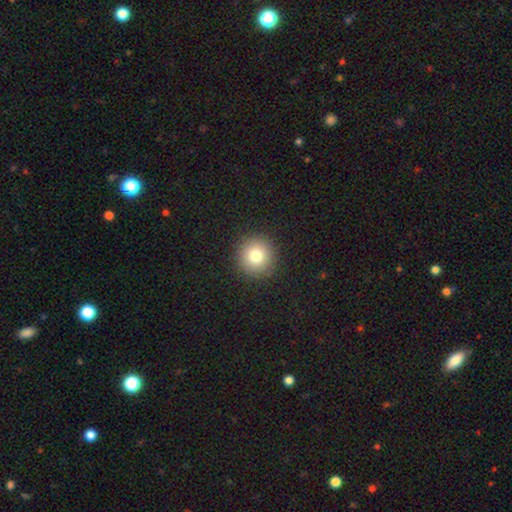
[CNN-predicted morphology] type=smooth (79%); roundness=round (94%); merging=none (92%).